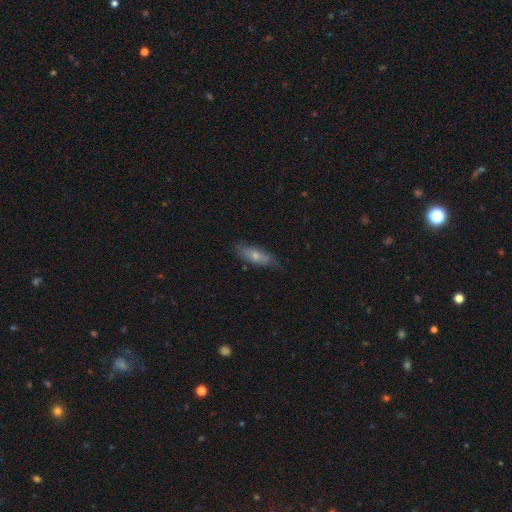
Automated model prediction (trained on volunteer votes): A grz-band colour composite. It shows a smooth galaxy with no disk features (61%) that is in between round and cigar-shaped (57%). Merging: none (76%).